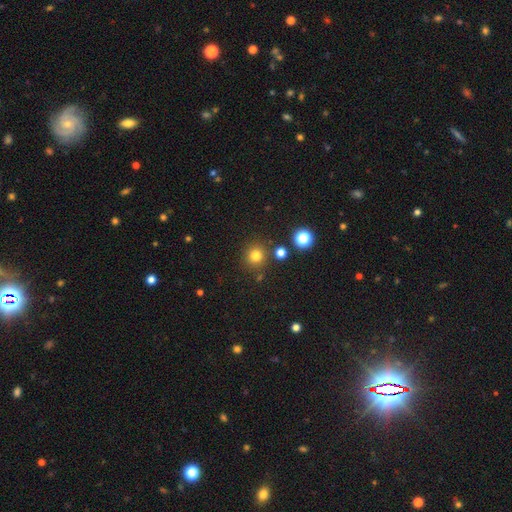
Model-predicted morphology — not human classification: Smooth or featured?
  - smooth: 77% *
  - star or artifact: 17%
  - featured or disk: 6%
How rounded?
  - round: 92% *
  - in between: 7%
  - cigar-shaped: 1%
Merging?
  - none: 84% *
  - minor disturbance: 7%
  - merger: 5%
  - major disturbance: 3%